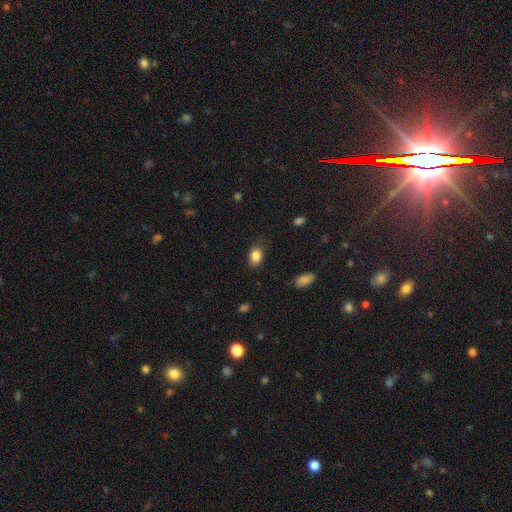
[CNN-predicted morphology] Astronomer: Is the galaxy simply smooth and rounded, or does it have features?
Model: smooth — 85%.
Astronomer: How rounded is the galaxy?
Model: in between — 82%.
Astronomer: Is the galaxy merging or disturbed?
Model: none — 74%.